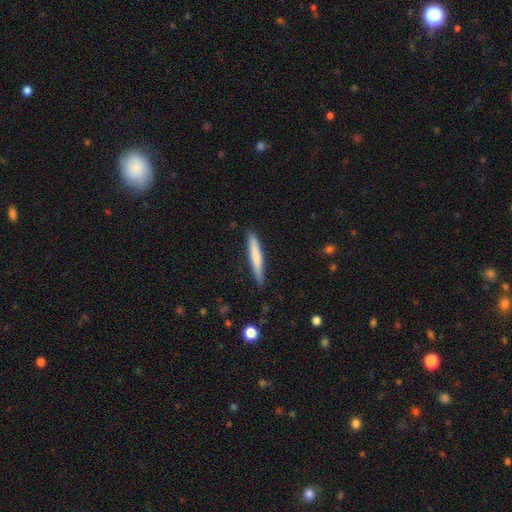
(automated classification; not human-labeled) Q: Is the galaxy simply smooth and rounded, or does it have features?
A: smooth — 70%.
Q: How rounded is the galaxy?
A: cigar-shaped — 95%.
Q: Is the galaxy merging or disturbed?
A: none — 87%.